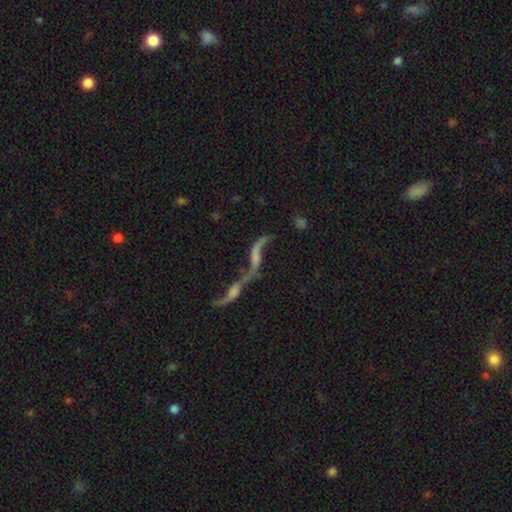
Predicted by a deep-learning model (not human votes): This is likely a featured or disk galaxy (64%). It is likely not viewed edge-on (80%). Bar: likely no (64%). Spiral arm pattern: likely yes (63%). Central bulge: possibly none (49%). Merging: likely merger (69%).